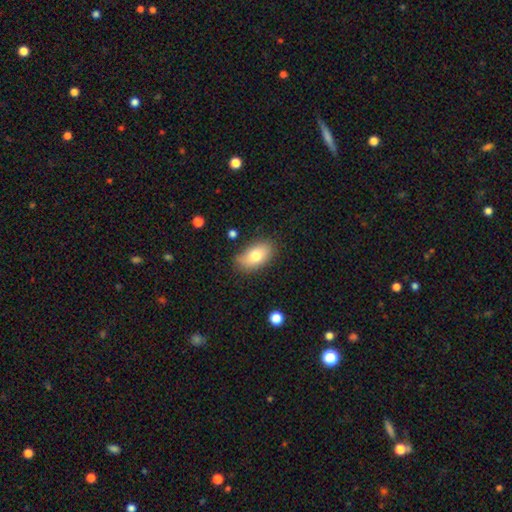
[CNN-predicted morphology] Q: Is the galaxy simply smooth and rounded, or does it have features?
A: smooth — 76%.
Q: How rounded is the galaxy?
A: in between — 91%.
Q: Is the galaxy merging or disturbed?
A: none — 78%.